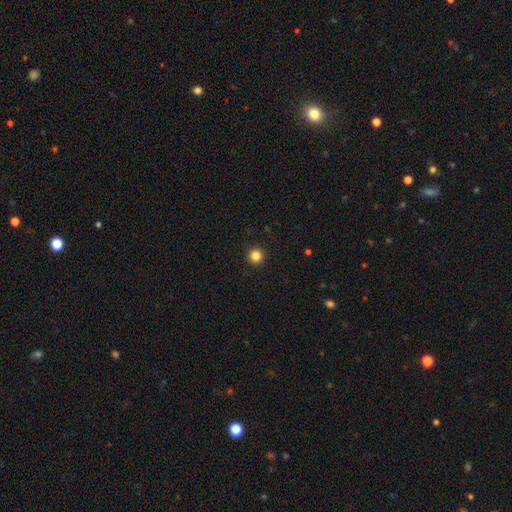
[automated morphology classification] This appears to be a smooth galaxy with no disk features (84%) that is round (96%). Merging: none (93%).